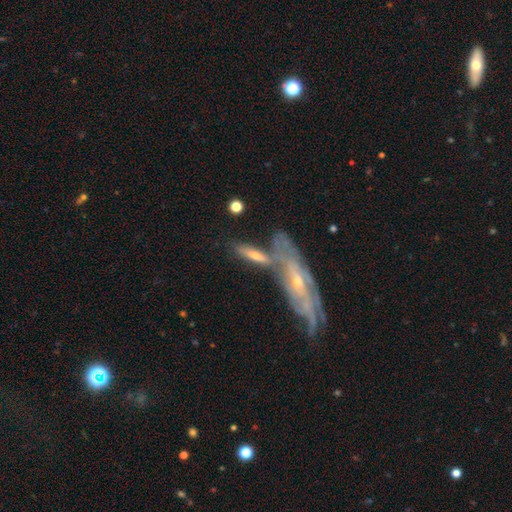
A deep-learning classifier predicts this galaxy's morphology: Q: Smooth or featured?
A: featured or disk (59%); runner-up: smooth (33%)
Q: Edge-on disk?
A: no (53%); runner-up: yes (47%)
Q: Merging?
A: none (45%); runner-up: merger (34%)